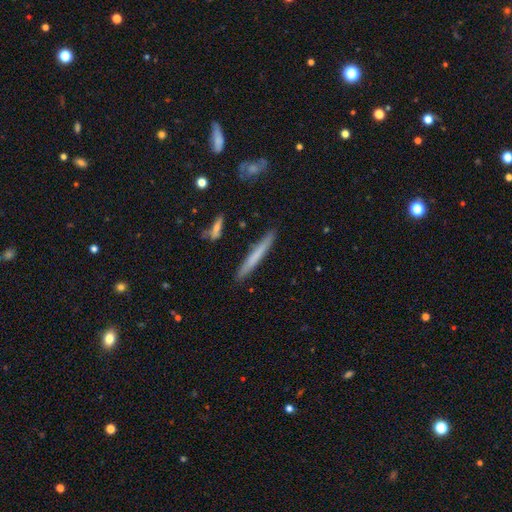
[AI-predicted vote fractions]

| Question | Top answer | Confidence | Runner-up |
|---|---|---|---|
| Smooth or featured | smooth | 63% | featured or disk (31%) |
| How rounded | cigar-shaped | 97% | in between (2%) |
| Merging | none | 90% | minor disturbance (7%) |